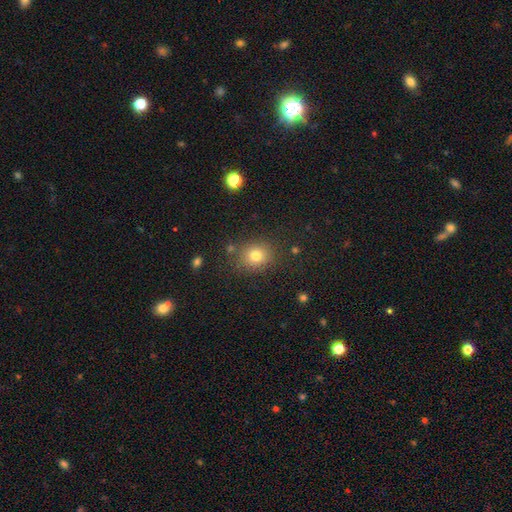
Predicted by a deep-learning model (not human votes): This appears to be a smooth galaxy with no disk features (78%) that is round (77%). Merging: none (83%).